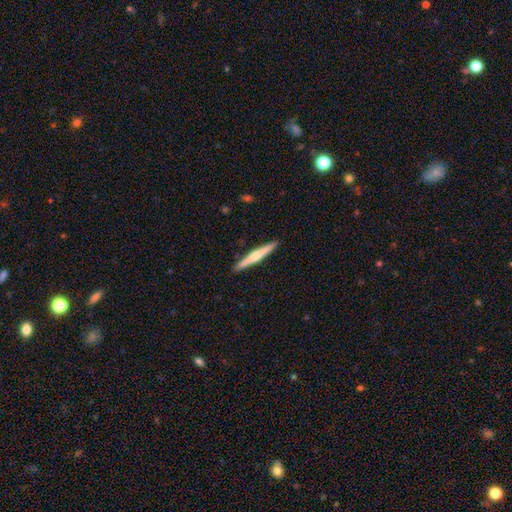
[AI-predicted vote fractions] smooth_or_featured: featured or disk (p=0.56) [alt: smooth p=0.39]
disk_edge_on: yes (p=0.98) [alt: no p=0.02]
edge_on_bulge: rounded (p=0.74) [alt: none p=0.16]
merging: none (p=0.91) [alt: minor disturbance p=0.06]